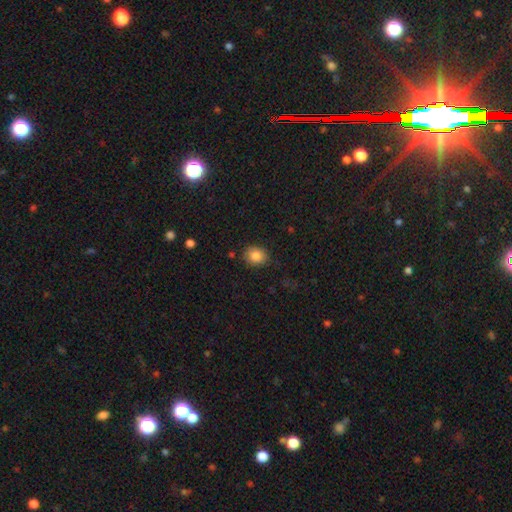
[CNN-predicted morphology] Smooth or featured?
  - smooth: 85% *
  - star or artifact: 9%
  - featured or disk: 6%
How rounded?
  - round: 62% *
  - in between: 37%
  - cigar-shaped: 1%
Merging?
  - none: 82% *
  - minor disturbance: 13%
  - major disturbance: 3%
  - merger: 2%